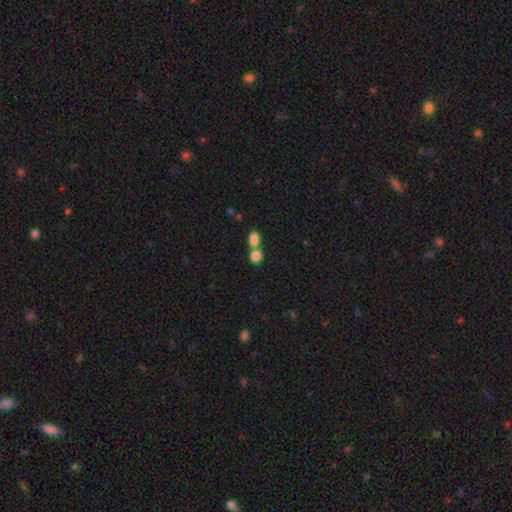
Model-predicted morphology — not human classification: smooth_or_featured: smooth (p=0.84) [alt: star or artifact p=0.09]
how_rounded: round (p=0.54) [alt: in between p=0.45]
merging: merger (p=0.56) [alt: none p=0.35]